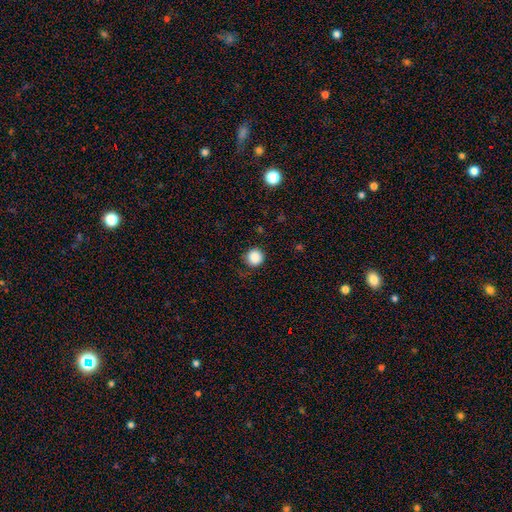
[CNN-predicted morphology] smooth-or-featured: smooth: 87% | star or artifact: 10% | featured or disk: 3%
  how-rounded: round: 94% | in between: 5% | cigar-shaped: 1%
  merging: none: 83% | minor disturbance: 12% | major disturbance: 4% | merger: 1%